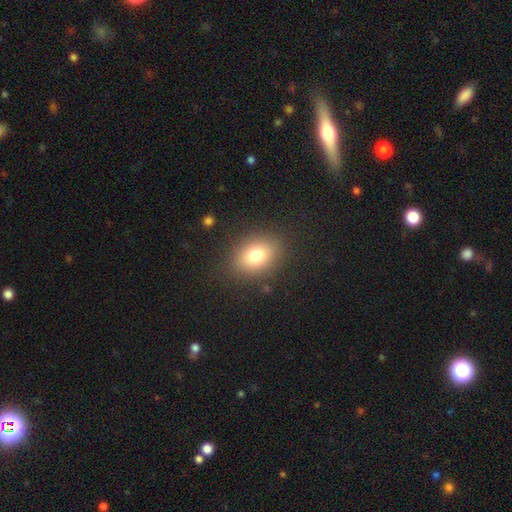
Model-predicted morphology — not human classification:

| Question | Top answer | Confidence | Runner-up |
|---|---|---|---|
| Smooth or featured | smooth | 77% | star or artifact (12%) |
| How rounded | in between | 64% | round (34%) |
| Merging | none | 86% | minor disturbance (9%) |